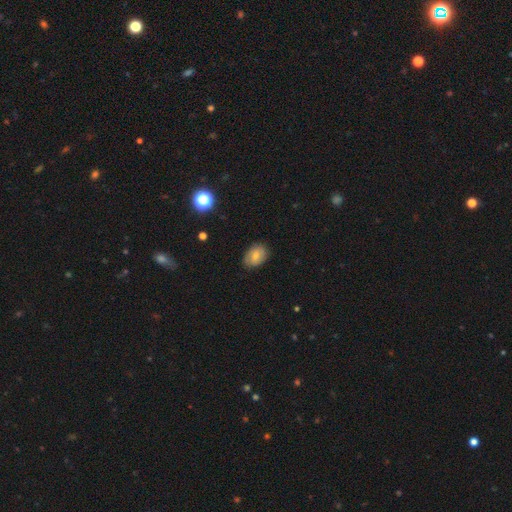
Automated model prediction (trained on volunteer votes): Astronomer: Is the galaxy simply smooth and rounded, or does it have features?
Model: smooth — 63%.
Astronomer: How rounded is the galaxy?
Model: in between — 77%.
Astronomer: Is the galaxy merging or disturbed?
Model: none — 79%.